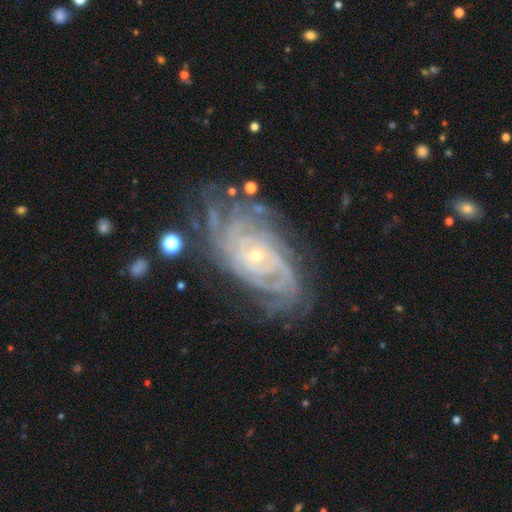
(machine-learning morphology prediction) This appears to be a featured or disk galaxy (90%) with no bar (70%), 4 (25%) tight (76%) spiral arms (98%) and a small central bulge (78%). Merging: none (69%).